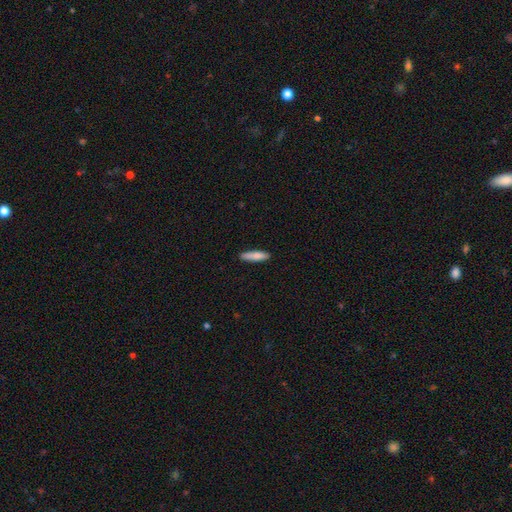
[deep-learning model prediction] Smooth or featured? smooth (82%)
How rounded? cigar-shaped (77%)
Merging? none (88%)